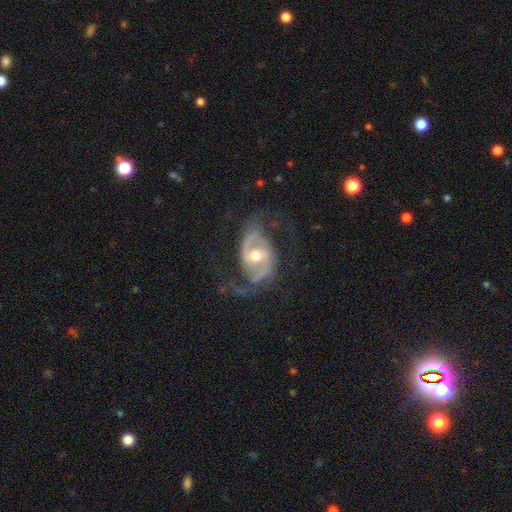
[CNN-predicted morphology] Smooth or featured: featured or disk — 88% (smooth — 6%)
Edge-on disk: no — 97% (yes — 3%)
Bar: weak — 43% (no — 34%)
Spiral arms: yes — 95% (no — 5%)
Spiral winding: medium — 47% (loose — 37%)
Spiral arm count: 2 — 89% (can't tell — 4%)
Bulge size: moderate — 69% (small — 23%)
Merging: none — 67% (minor disturbance — 16%)